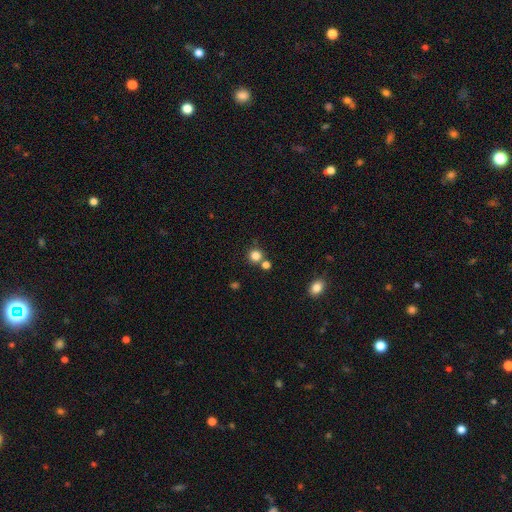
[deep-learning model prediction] smooth-or-featured: smooth: 81% | star or artifact: 13% | featured or disk: 5%
  how-rounded: round: 92% | in between: 7% | cigar-shaped: 1%
  merging: none: 70% | merger: 20% | minor disturbance: 8% | major disturbance: 3%